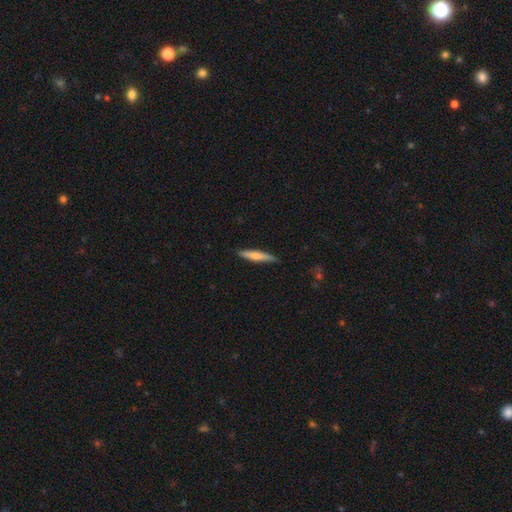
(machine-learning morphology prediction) Overall: smooth (61%; featured or disk 34%). How rounded: cigar-shaped (89%). Merging: none (86%).